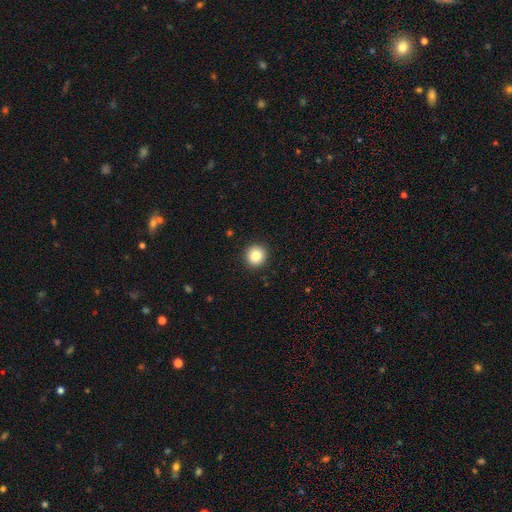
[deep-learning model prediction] The model was most divided on "smooth or featured": smooth: 83%, star or artifact: 10%, featured or disk: 7%. More confident: how rounded — round (95%); merging — none (93%).